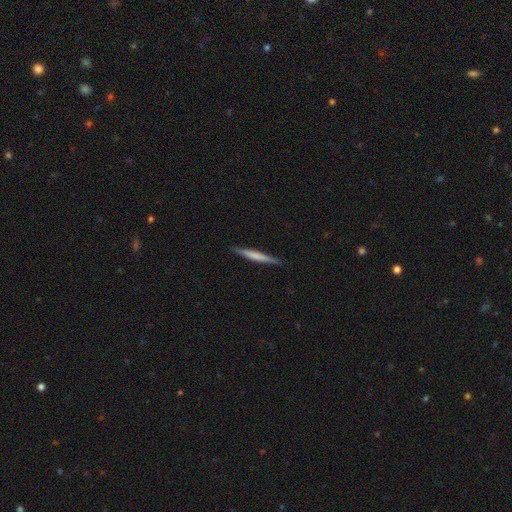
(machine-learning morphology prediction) Smooth or featured?
  - smooth: 56% *
  - featured or disk: 38%
  - star or artifact: 5%
How rounded?
  - cigar-shaped: 96% *
  - in between: 3%
  - round: 1%
Merging?
  - none: 90% *
  - minor disturbance: 8%
  - major disturbance: 1%
  - merger: 1%